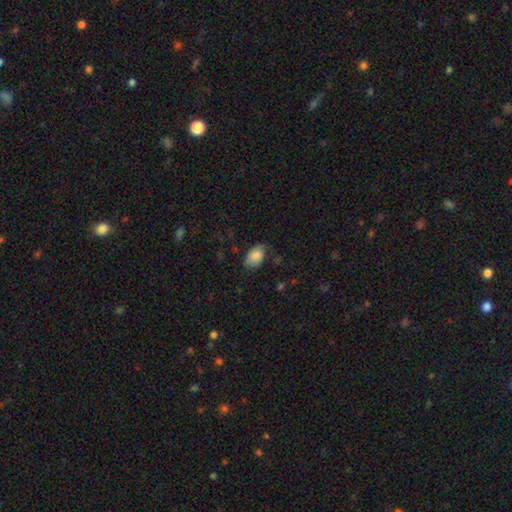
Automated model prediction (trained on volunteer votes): smooth_or_featured: smooth (p=0.78) [alt: featured or disk p=0.14]
how_rounded: in between (p=0.89) [alt: round p=0.10]
merging: none (p=0.53) [alt: minor disturbance p=0.32]